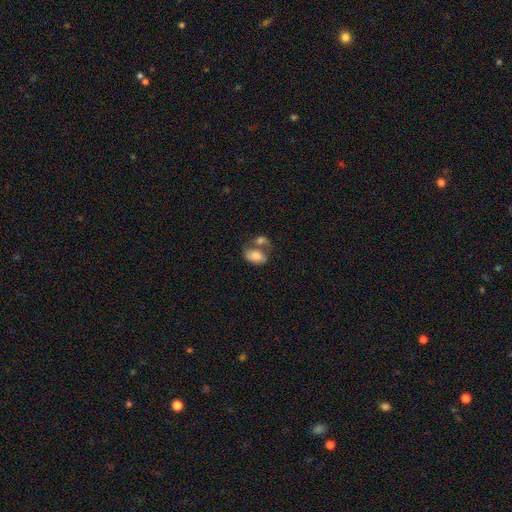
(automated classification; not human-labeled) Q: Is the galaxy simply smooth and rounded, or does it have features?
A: smooth — 73%.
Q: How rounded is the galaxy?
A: in between — 86%.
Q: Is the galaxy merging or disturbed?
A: merger — 53%.